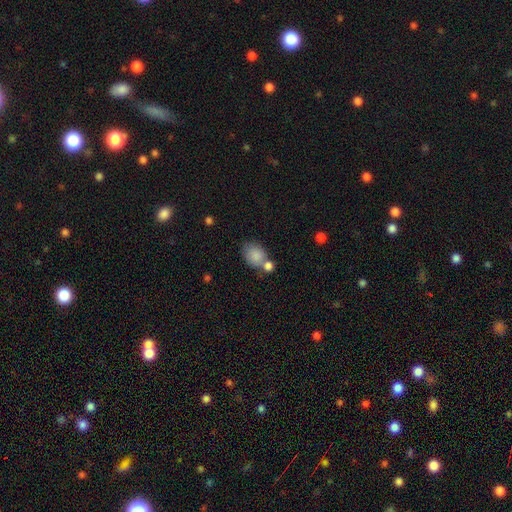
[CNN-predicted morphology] type=smooth (85%); roundness=in between (58%); merging=none (45%).